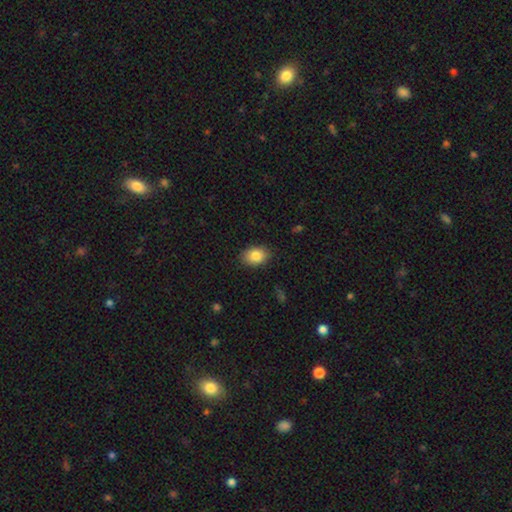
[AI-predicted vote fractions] This is clearly a smooth galaxy (85%). How rounded: likely in between (78%). Merging: clearly none (87%).